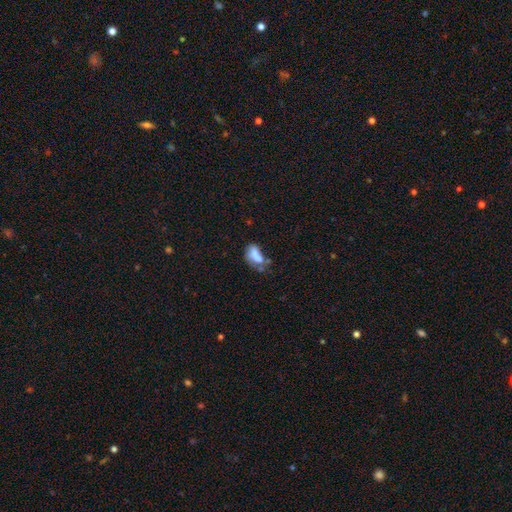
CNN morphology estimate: A smooth galaxy with no disk features (68%) that is in between round and cigar-shaped (86%).

Vote fractions:
- Smooth or featured? smooth: 68% / featured or disk: 22% / star or artifact: 11%
- How rounded? in between: 86% / round: 10% / cigar-shaped: 5%
- Merging? merger: 33% / none: 25% / minor disturbance: 22% / major disturbance: 20%